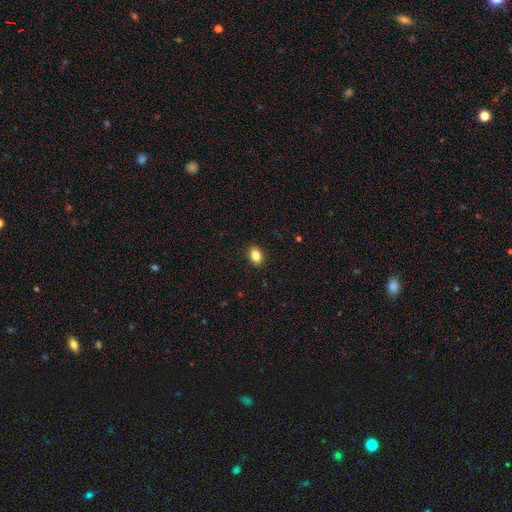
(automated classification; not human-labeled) This is clearly a smooth galaxy (85%). How rounded: clearly in between (80%). Merging: clearly none (90%).